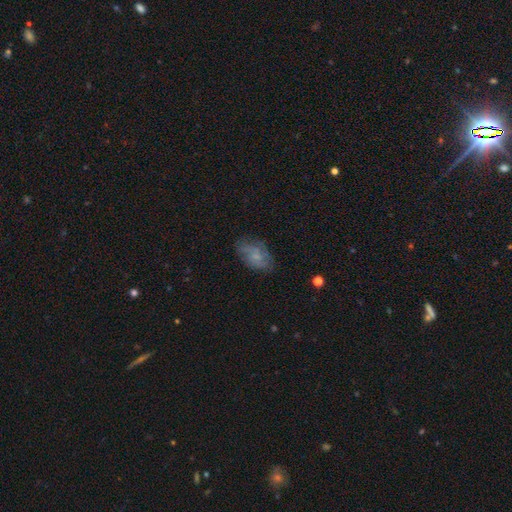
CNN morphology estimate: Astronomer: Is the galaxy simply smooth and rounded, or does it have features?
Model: smooth — 53% (runner-up: featured or disk, 38%).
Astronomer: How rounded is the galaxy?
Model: in between — 88%.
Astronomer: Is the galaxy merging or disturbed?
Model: none — 64%.